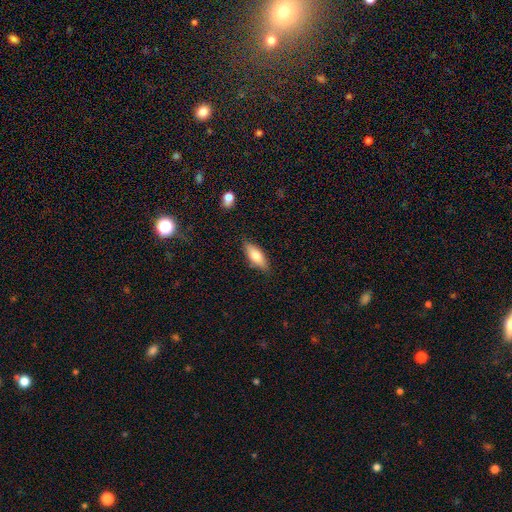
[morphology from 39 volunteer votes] Volunteers were most divided on "merging": none: 71%, minor disturbance: 26%, major disturbance: 3%, merger: 0%. More confident: smooth or featured — smooth (79%); how rounded — in between (77%).